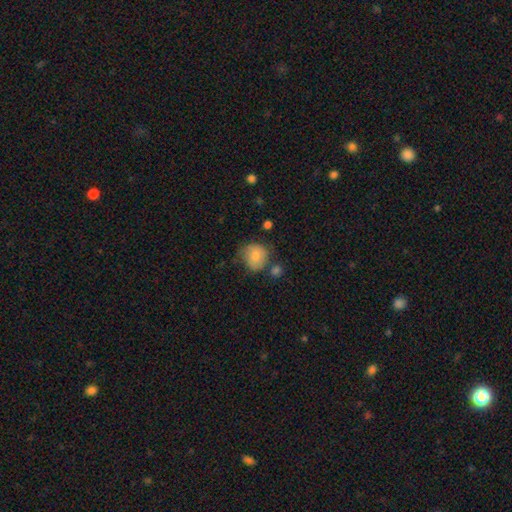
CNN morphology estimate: Smooth or featured?
  - smooth: 76% *
  - featured or disk: 16%
  - star or artifact: 8%
How rounded?
  - round: 81% *
  - in between: 18%
  - cigar-shaped: 1%
Merging?
  - none: 56% *
  - minor disturbance: 27%
  - major disturbance: 9%
  - merger: 8%